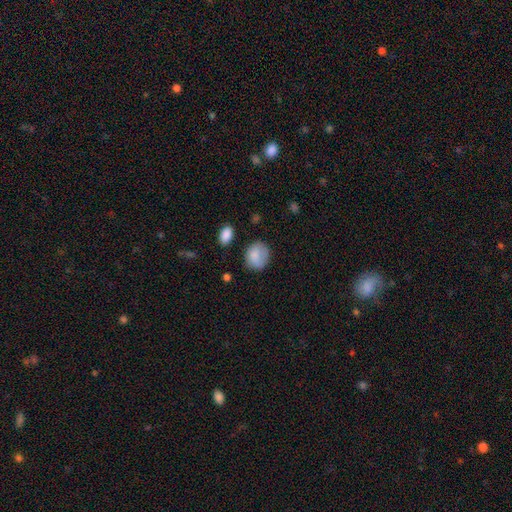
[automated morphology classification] The model was most divided on "how rounded": round: 62%, in between: 37%, cigar-shaped: 1%. More confident: smooth or featured — smooth (83%); merging — none (66%).